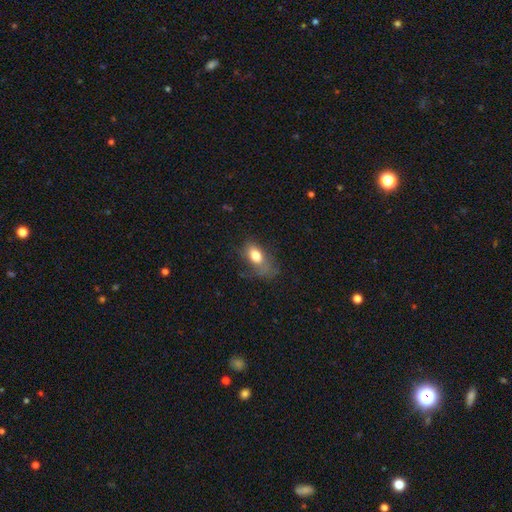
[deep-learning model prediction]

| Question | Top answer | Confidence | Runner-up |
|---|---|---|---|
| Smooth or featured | smooth | 75% | featured or disk (16%) |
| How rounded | in between | 86% | round (9%) |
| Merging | none | 44% | minor disturbance (29%) |